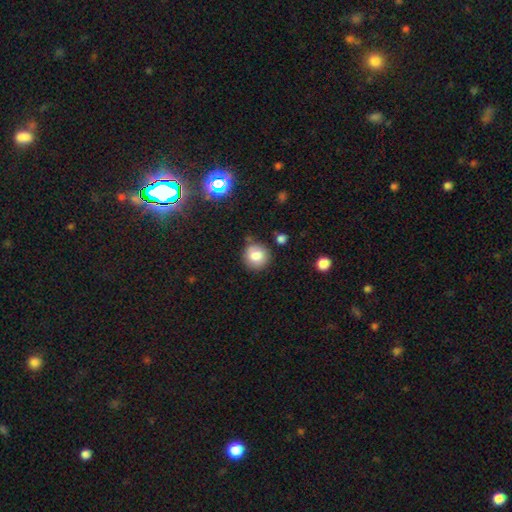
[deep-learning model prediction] Overall: smooth (80%). How rounded: round (90%). Merging: none (77%).